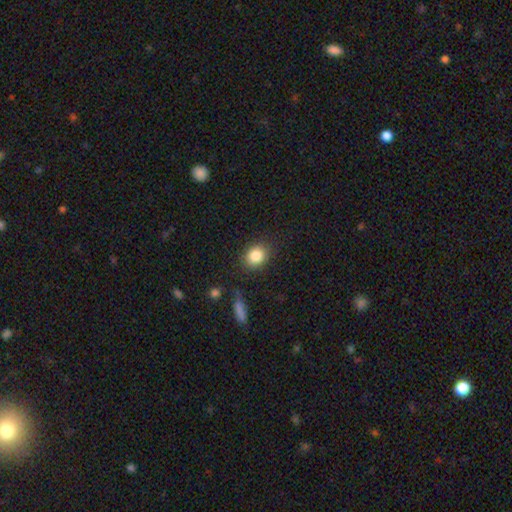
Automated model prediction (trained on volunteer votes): A smooth galaxy with no disk features (85%) that is round (58%). Merging: none (83%).